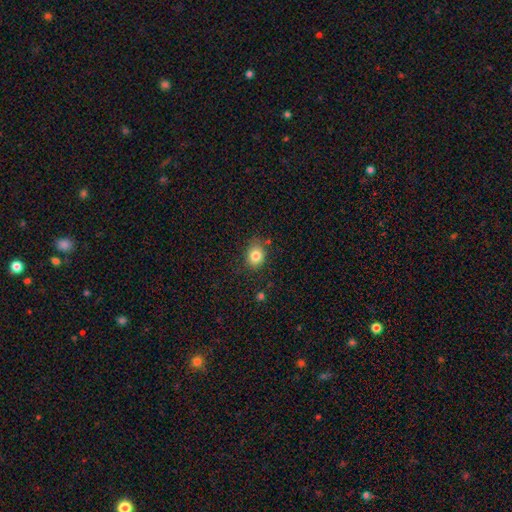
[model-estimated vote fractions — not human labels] This appears to be a smooth galaxy with no disk features (82%) that is round (55%). Merging: none (76%).